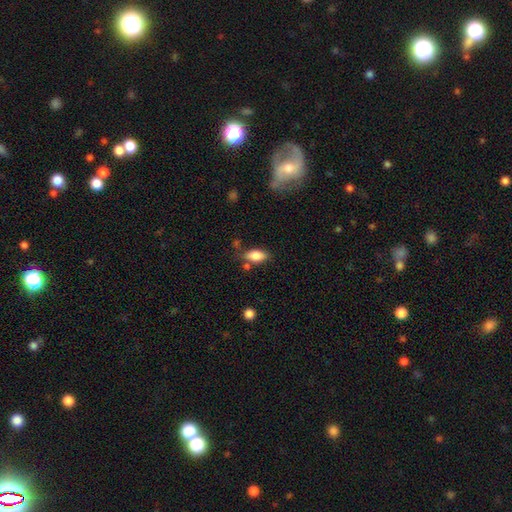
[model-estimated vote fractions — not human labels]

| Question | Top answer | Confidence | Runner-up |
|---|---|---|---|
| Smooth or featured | smooth | 81% | featured or disk (12%) |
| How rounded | in between | 88% | cigar-shaped (7%) |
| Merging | none | 68% | minor disturbance (18%) |